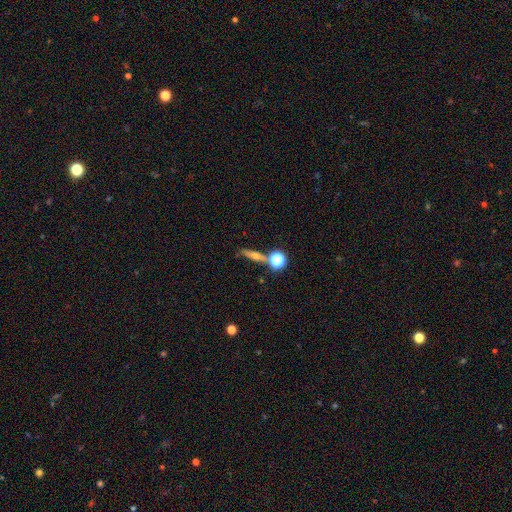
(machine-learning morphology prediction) type=featured or disk (49%); merging=none (71%).